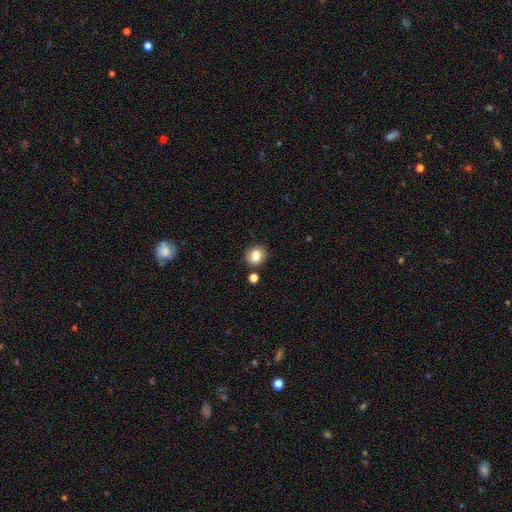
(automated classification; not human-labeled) Morphology: type=smooth (81%); roundness=round (66%); merging=none (81%).